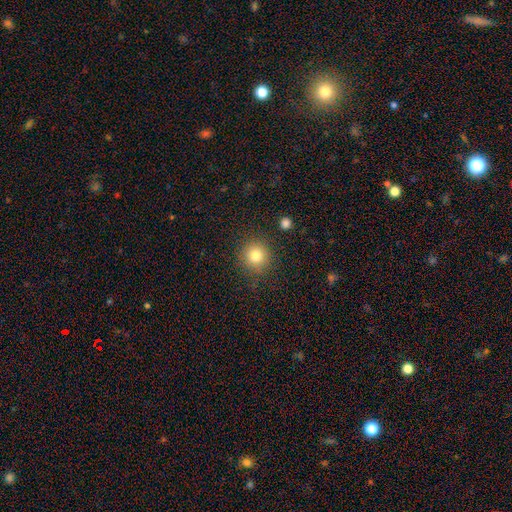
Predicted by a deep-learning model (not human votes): Morphology: type=smooth (80%); roundness=round (93%); merging=none (87%).